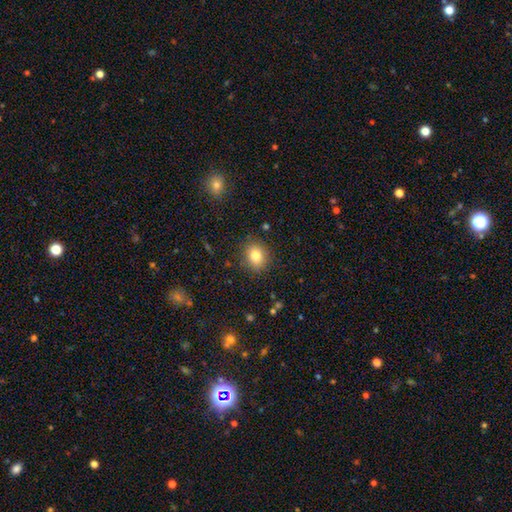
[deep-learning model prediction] smooth 83%, star or artifact 10%, featured or disk 7%. Down the decision tree: how rounded — round (54%); merging — none (86%).